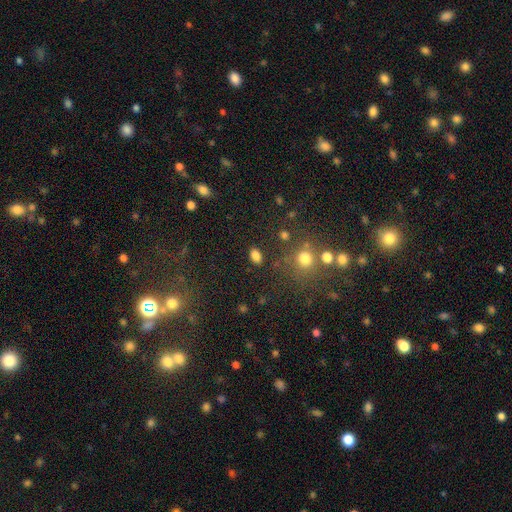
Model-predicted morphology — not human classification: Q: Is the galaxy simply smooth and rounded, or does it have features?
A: smooth — 82%.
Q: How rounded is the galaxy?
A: in between — 86%.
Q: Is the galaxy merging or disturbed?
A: none — 84%.